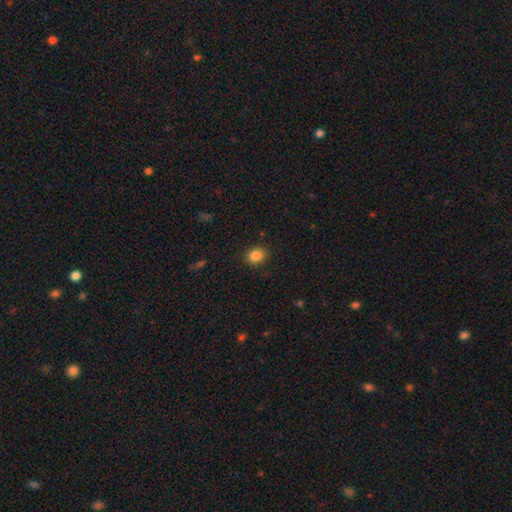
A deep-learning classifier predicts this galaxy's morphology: Smooth or featured: smooth — 86% (star or artifact — 10%)
How rounded: round — 50% (in between — 49%)
Merging: none — 88% (minor disturbance — 8%)